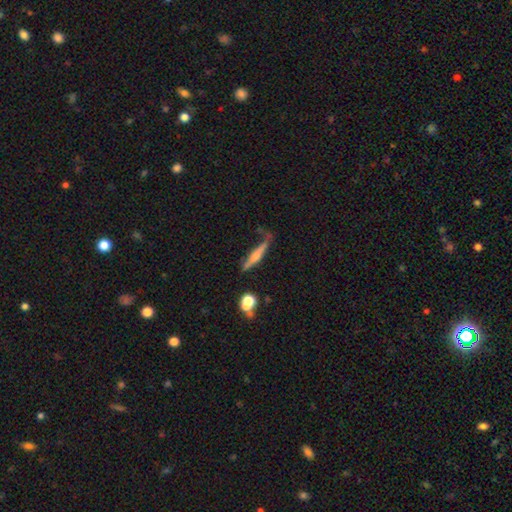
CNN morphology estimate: Overall: featured or disk (58%; smooth 33%). Edge-on disk: yes (92%). Edge-on bulge: rounded (73%). Merging: none (60%; minor disturbance 24%).